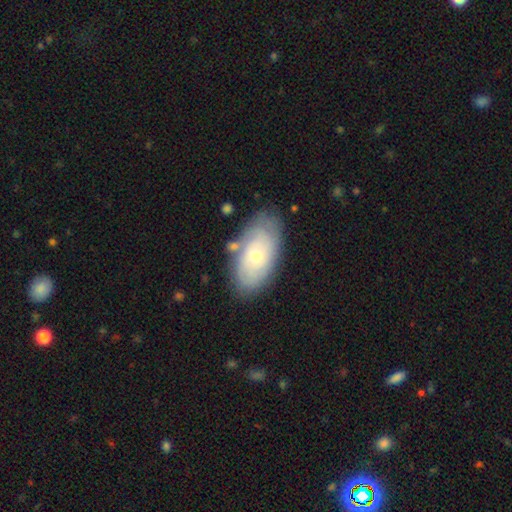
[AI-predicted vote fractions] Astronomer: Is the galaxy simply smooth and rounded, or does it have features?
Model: smooth — 49% (runner-up: featured or disk, 45%).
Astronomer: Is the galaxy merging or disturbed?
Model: none — 74%.